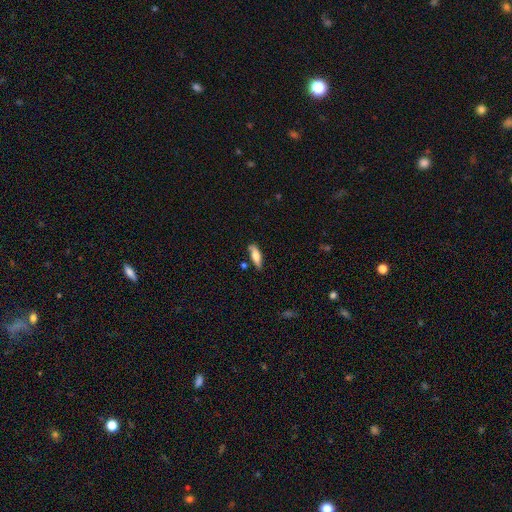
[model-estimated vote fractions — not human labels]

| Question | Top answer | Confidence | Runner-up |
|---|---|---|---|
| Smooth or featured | smooth | 73% | featured or disk (21%) |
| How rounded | in between | 59% | cigar-shaped (39%) |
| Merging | none | 71% | minor disturbance (20%) |